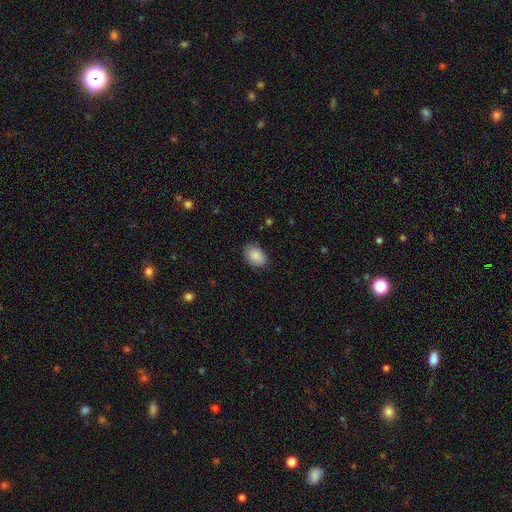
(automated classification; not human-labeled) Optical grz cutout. It shows a smooth galaxy with no disk features (88%) that is in between round and cigar-shaped (79%). Merging: none (82%).